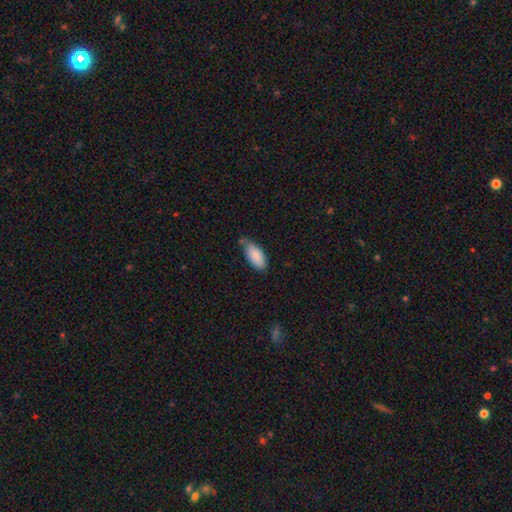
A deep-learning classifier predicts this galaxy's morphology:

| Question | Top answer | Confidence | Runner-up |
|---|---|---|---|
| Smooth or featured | smooth | 86% | featured or disk (7%) |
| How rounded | in between | 88% | cigar-shaped (10%) |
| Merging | none | 59% | minor disturbance (31%) |